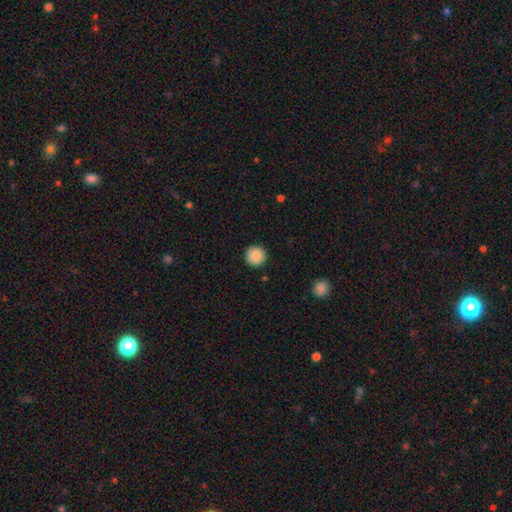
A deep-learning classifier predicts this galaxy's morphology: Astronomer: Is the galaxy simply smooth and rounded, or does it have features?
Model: smooth — 88%.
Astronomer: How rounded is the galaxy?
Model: round — 95%.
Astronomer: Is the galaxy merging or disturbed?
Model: none — 92%.